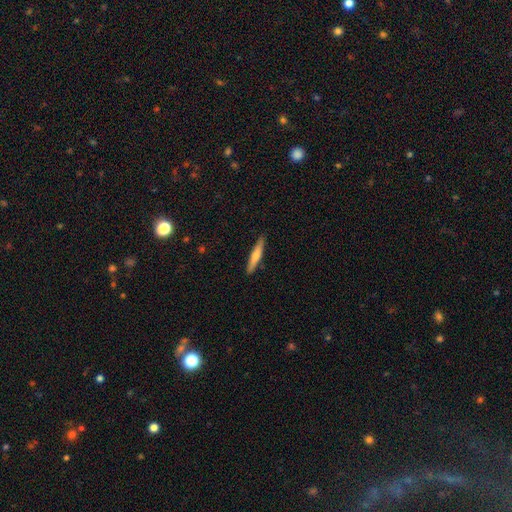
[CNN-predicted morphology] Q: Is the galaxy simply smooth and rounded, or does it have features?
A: smooth — 59%.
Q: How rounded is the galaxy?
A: cigar-shaped — 92%.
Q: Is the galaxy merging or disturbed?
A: none — 89%.